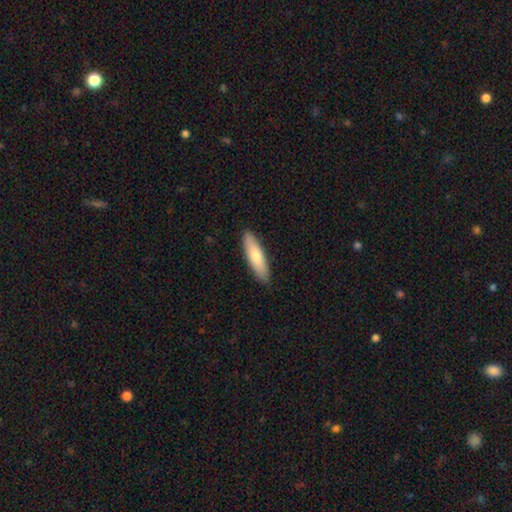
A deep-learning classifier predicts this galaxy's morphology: smooth-or-featured: smooth: 73% | featured or disk: 22% | star or artifact: 5%
  how-rounded: cigar-shaped: 67% | in between: 32% | round: 2%
  merging: none: 89% | minor disturbance: 9% | major disturbance: 2% | merger: 1%